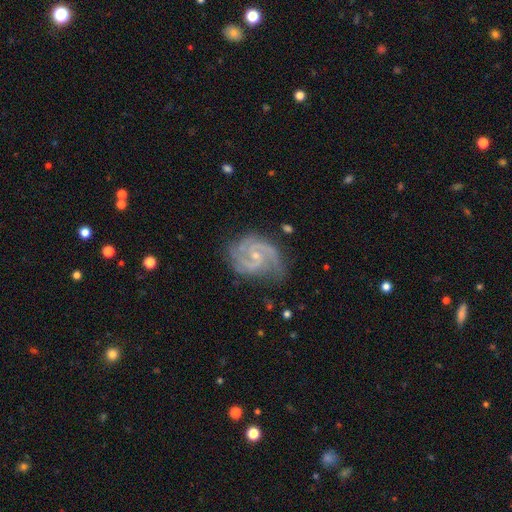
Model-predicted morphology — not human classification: Q: Smooth or featured?
A: featured or disk (91%); runner-up: star or artifact (5%)
Q: Edge-on disk?
A: no (98%); runner-up: yes (2%)
Q: Bar?
A: no (50%); runner-up: weak (41%)
Q: Spiral arms?
A: yes (98%); runner-up: no (2%)
Q: Spiral winding?
A: medium (53%); runner-up: tight (36%)
Q: Spiral arm count?
A: 2 (66%); runner-up: 3 (18%)
Q: Bulge size?
A: small (74%); runner-up: moderate (22%)
Q: Merging?
A: none (70%); runner-up: minor disturbance (21%)